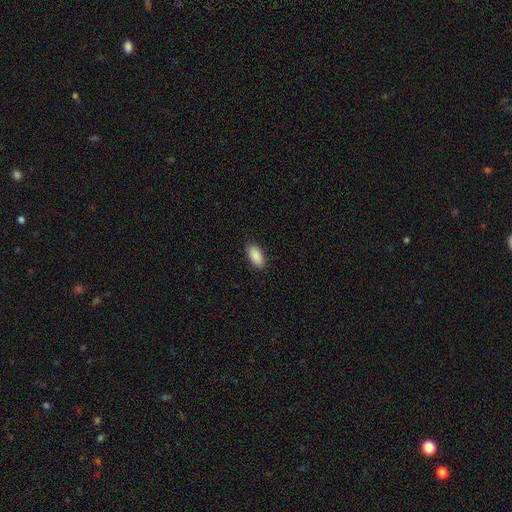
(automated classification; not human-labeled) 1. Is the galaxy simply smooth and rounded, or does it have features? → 90% smooth, 6% star or artifact, 3% featured or disk.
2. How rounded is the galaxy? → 94% in between, 3% cigar-shaped, 3% round.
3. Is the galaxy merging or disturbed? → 88% none, 9% minor disturbance, 2% major disturbance, 1% merger.